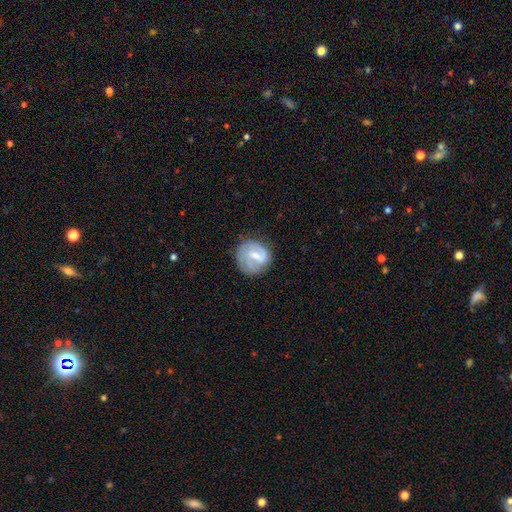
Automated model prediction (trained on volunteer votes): This is likely a featured or disk galaxy (68%). It is clearly not viewed edge-on (98%). Bar: possibly weak (57%). Spiral arm pattern: clearly yes (88%). Spiral arm count: likely 2 (61%). Spiral winding: marginally medium (41%). Central bulge: possibly small (49%). Merging: likely none (71%).